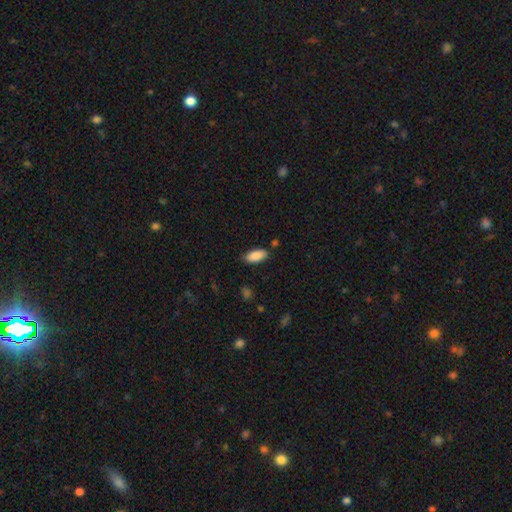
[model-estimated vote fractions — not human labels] Smooth or featured? Predicted: smooth (p=0.89). How rounded? Predicted: in between (p=0.89). Merging? Predicted: none (p=0.82).